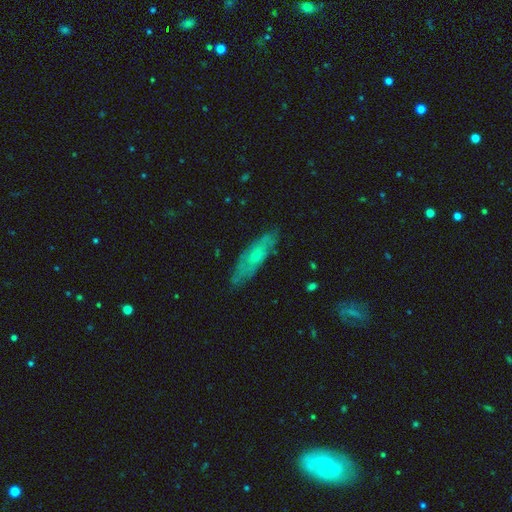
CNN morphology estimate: A featured or disk galaxy (59%). Merging: none (77%).